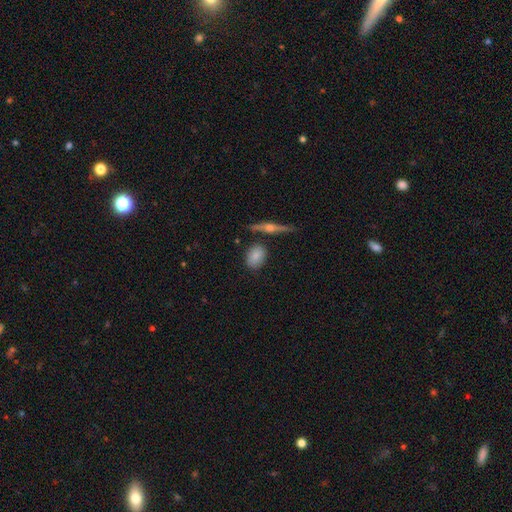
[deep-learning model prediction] This is likely a smooth galaxy (77%). How rounded: likely in between (65%). Merging: likely none (75%).